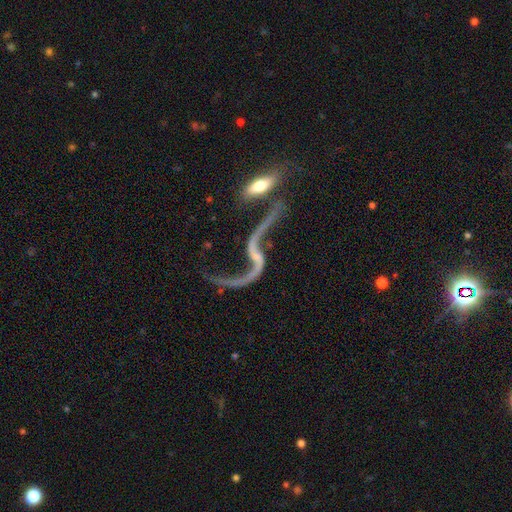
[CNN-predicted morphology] A featured or disk galaxy (89%) with no bar (50%), 2 (92%) loose (95%) spiral arms (92%) and a small central bulge (54%). Merging: none (42%).